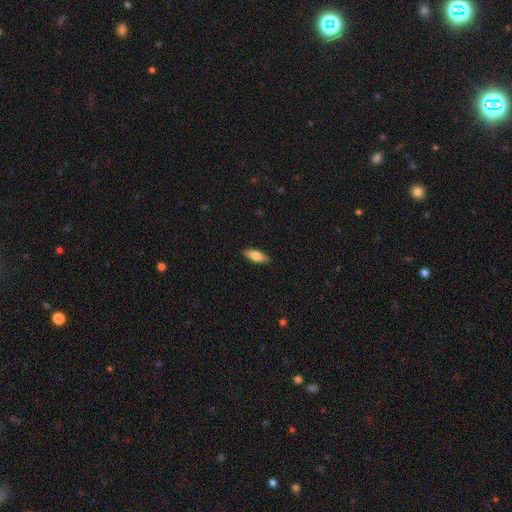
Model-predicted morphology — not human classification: This appears to be a smooth galaxy with no disk features (77%) that is in between round and cigar-shaped (64%). Merging: none (88%).